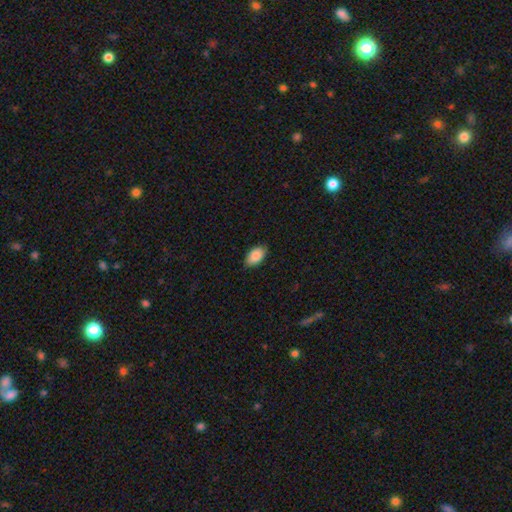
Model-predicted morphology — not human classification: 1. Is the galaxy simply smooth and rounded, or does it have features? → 88% smooth, 6% star or artifact, 5% featured or disk.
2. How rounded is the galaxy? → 94% in between, 5% round, 2% cigar-shaped.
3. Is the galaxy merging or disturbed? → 83% none, 14% minor disturbance, 2% major disturbance, 1% merger.